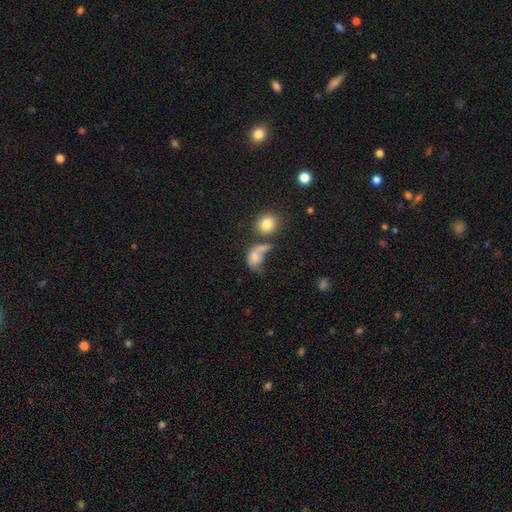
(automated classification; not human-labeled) A smooth galaxy with no disk features (67%) that is in between round and cigar-shaped (66%). Merging: merger (39%).